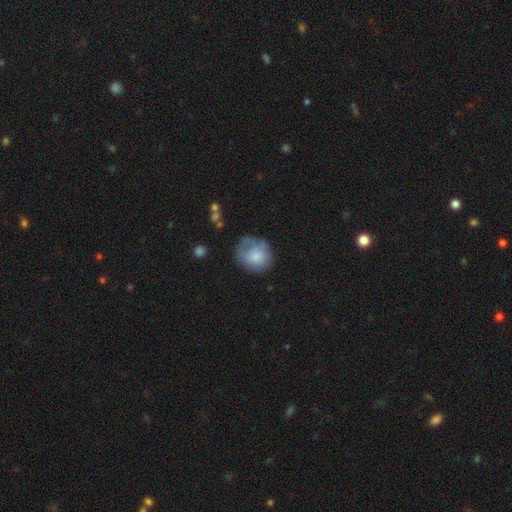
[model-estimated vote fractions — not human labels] Q: Smooth or featured?
A: smooth (72%); runner-up: featured or disk (20%)
Q: How rounded?
A: round (70%); runner-up: in between (29%)
Q: Merging?
A: none (50%); runner-up: minor disturbance (29%)